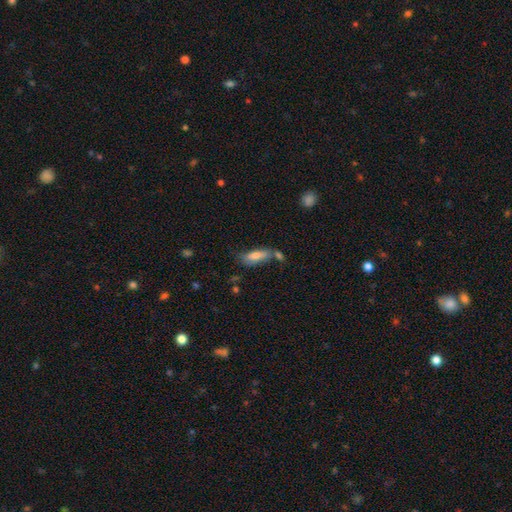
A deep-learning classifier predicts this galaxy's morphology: Overall: smooth (75%). How rounded: in between (61%; cigar-shaped 37%). Merging: none (49%; merger 23%).